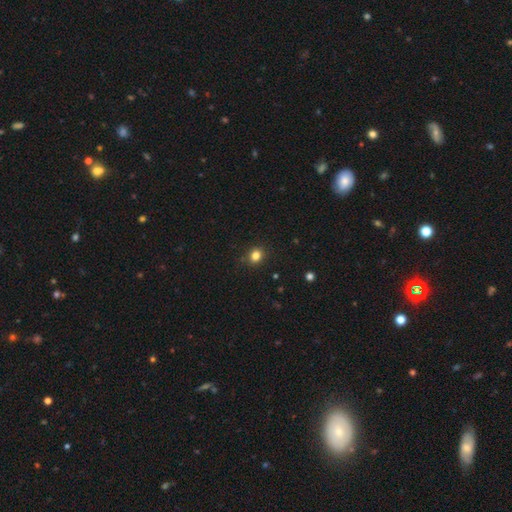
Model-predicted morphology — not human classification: A smooth galaxy with no disk features (82%) that is round (78%). Merging: none (88%).